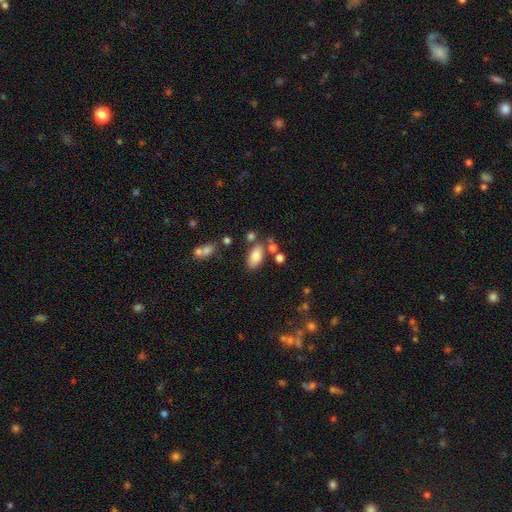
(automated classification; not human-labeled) This is clearly a smooth galaxy (82%). How rounded: clearly in between (91%). Merging: likely none (68%).